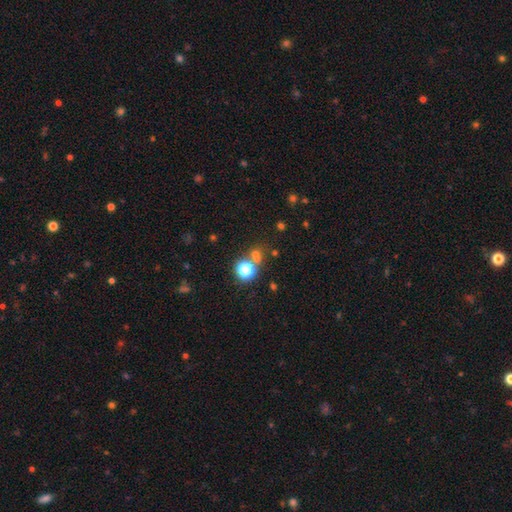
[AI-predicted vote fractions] Smooth or featured?
  - smooth: 54% *
  - star or artifact: 38%
  - featured or disk: 8%
How rounded?
  - round: 83% *
  - in between: 15%
  - cigar-shaped: 1%
Merging?
  - none: 64% *
  - merger: 23%
  - minor disturbance: 9%
  - major disturbance: 5%